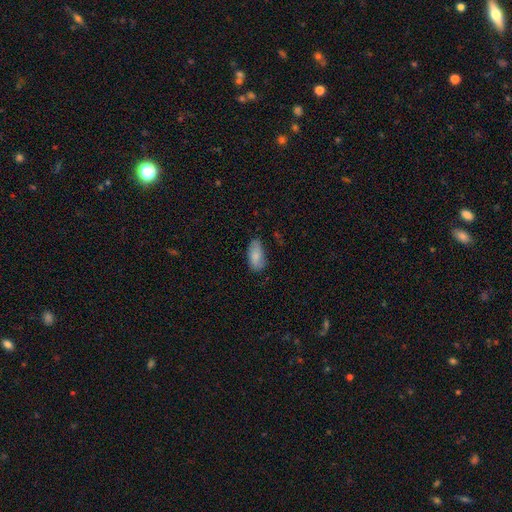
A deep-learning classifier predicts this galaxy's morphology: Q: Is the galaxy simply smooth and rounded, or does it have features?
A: smooth — 81%.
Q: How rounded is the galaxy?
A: in between — 91%.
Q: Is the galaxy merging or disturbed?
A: none — 70%.